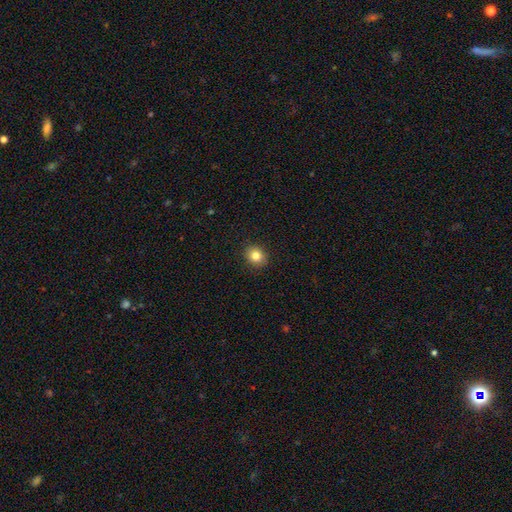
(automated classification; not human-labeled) Morphology: type=smooth (82%); roundness=round (75%); merging=none (91%).